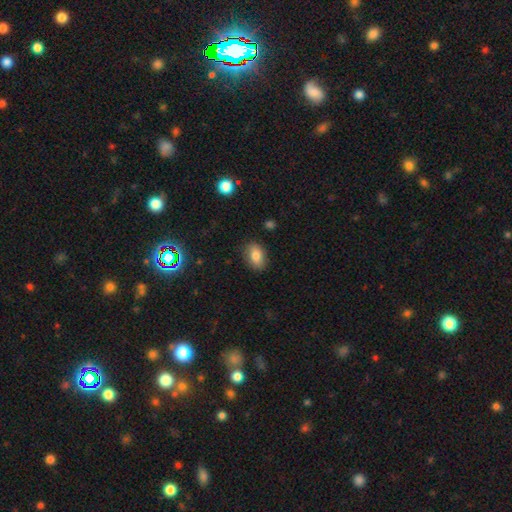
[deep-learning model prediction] A smooth galaxy with no disk features (81%) that is in between round and cigar-shaped (82%). Merging: none (85%).